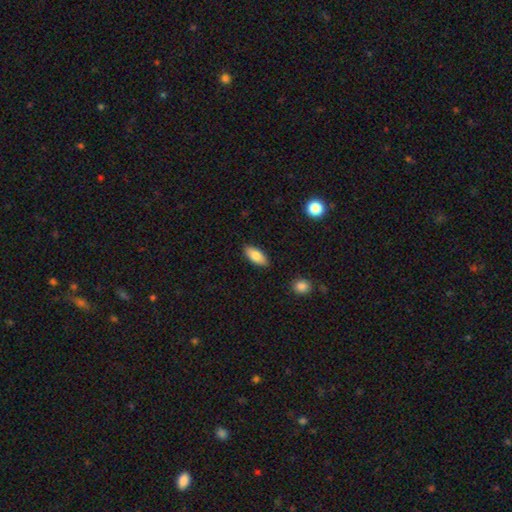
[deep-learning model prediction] A smooth galaxy with no disk features (80%) that is in between round and cigar-shaped (85%).

Vote fractions:
- Smooth or featured? smooth: 80% / featured or disk: 13% / star or artifact: 6%
- How rounded? in between: 85% / cigar-shaped: 12% / round: 2%
- Merging? none: 88% / minor disturbance: 9% / major disturbance: 2% / merger: 2%